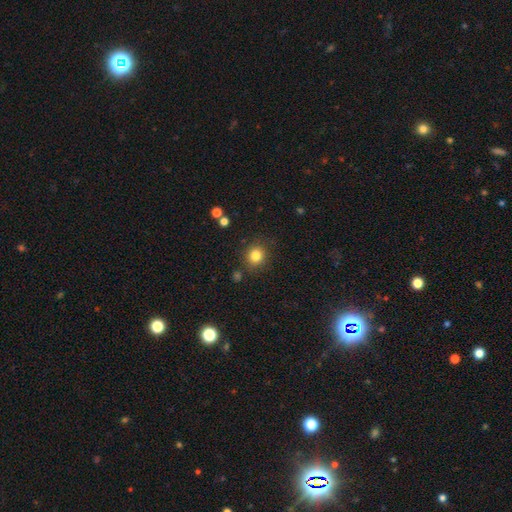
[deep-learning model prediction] The model was most divided on "smooth or featured": smooth: 83%, star or artifact: 12%, featured or disk: 5%. More confident: how rounded — round (87%); merging — none (85%).